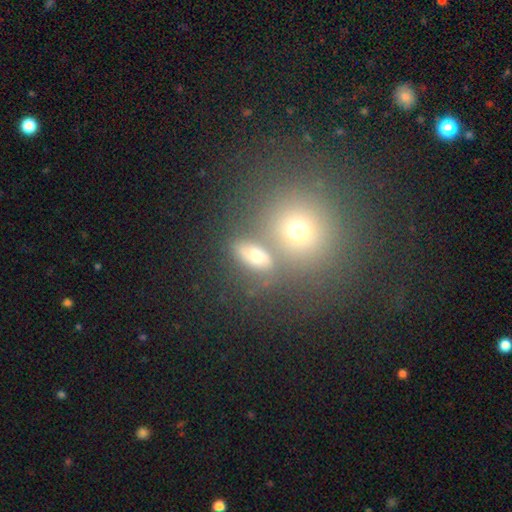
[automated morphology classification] This appears to be a smooth galaxy with no disk features (65%) that is in between round and cigar-shaped (52%). Merging: none (52%).